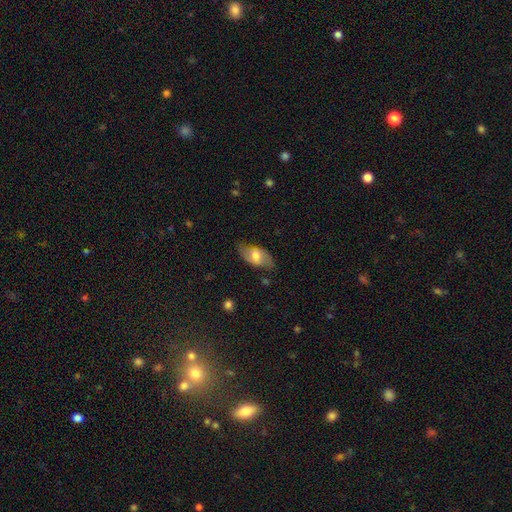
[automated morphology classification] type=smooth (52%); roundness=in between (91%); merging=none (72%).